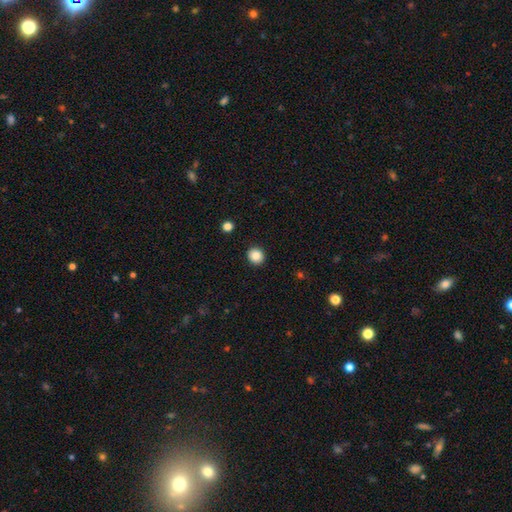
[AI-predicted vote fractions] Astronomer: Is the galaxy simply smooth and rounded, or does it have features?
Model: smooth — 87%.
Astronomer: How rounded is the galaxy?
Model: round — 84%.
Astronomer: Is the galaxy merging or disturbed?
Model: none — 91%.